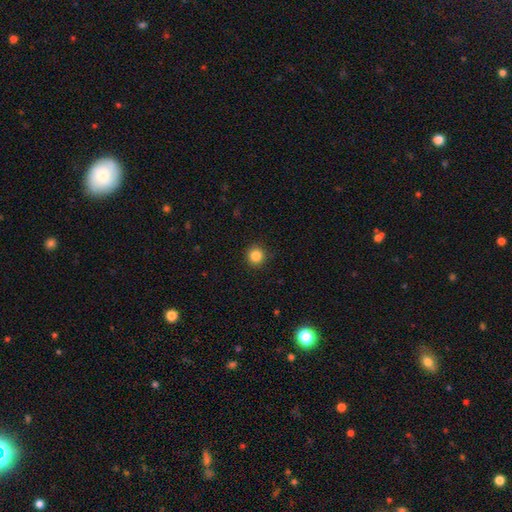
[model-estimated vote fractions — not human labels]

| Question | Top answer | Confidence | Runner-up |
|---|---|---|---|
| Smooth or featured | smooth | 85% | star or artifact (11%) |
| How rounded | round | 95% | in between (5%) |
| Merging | none | 92% | minor disturbance (5%) |